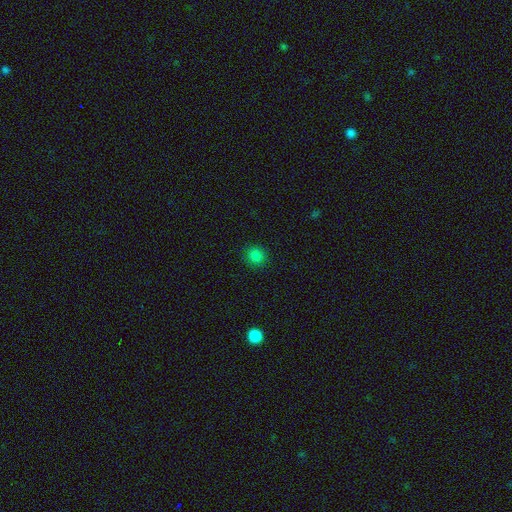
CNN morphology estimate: The model was most divided on "smooth or featured": smooth: 82%, star or artifact: 14%, featured or disk: 4%. More confident: merging — none (90%); how rounded — round (88%).